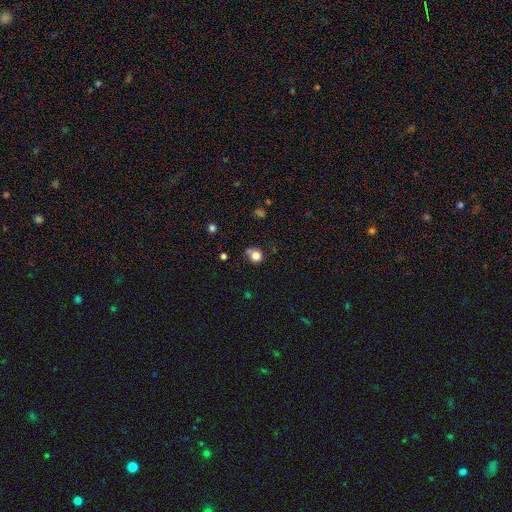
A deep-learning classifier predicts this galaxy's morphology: smooth 80%, star or artifact 13%, featured or disk 8%. Down the decision tree: how rounded — round (81%); merging — none (57%).